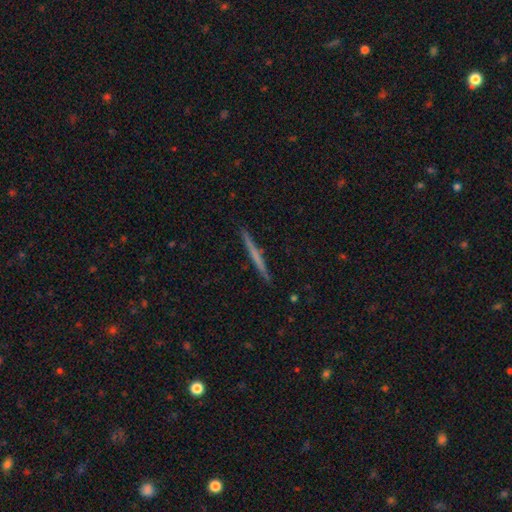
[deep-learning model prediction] This appears to be a featured or disk galaxy (50%) viewed edge-on (98%). Merging: none (93%).